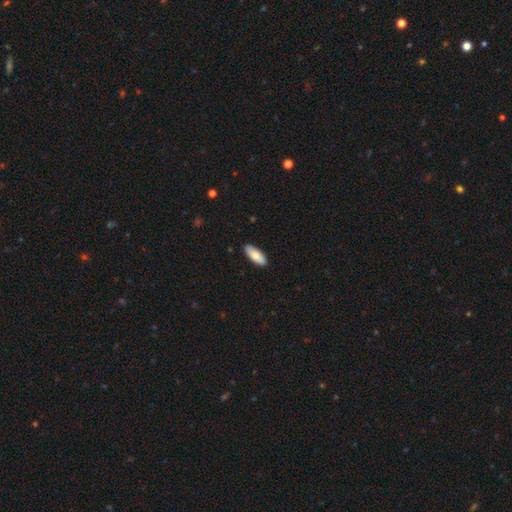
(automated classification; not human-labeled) This appears to be a smooth galaxy with no disk features (81%) that is in between round and cigar-shaped (73%). Merging: none (88%).